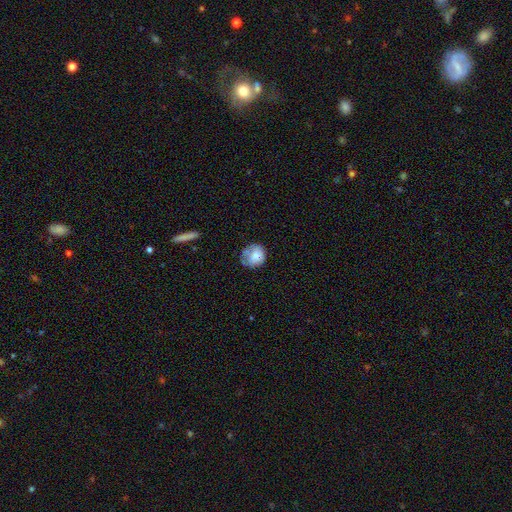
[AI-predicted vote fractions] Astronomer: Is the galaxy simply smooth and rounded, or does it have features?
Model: smooth — 73%.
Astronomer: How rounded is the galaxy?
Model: round — 75%.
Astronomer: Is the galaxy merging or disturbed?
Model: none — 50% (runner-up: minor disturbance, 32%).